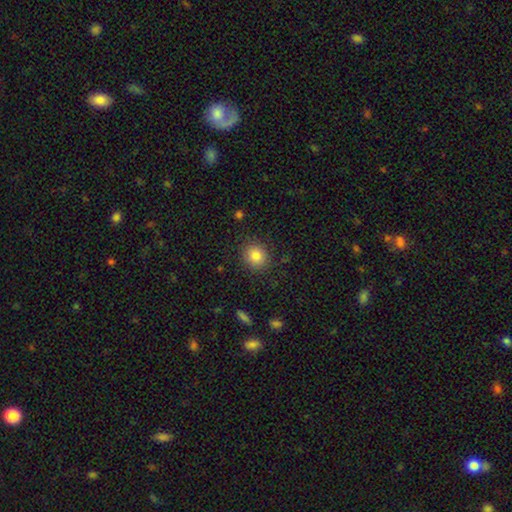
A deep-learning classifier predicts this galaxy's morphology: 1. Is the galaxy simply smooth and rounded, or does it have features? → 85% smooth, 10% star or artifact, 5% featured or disk.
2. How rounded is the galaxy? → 78% round, 21% in between, 1% cigar-shaped.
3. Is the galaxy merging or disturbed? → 86% none, 10% minor disturbance, 3% major disturbance, 1% merger.